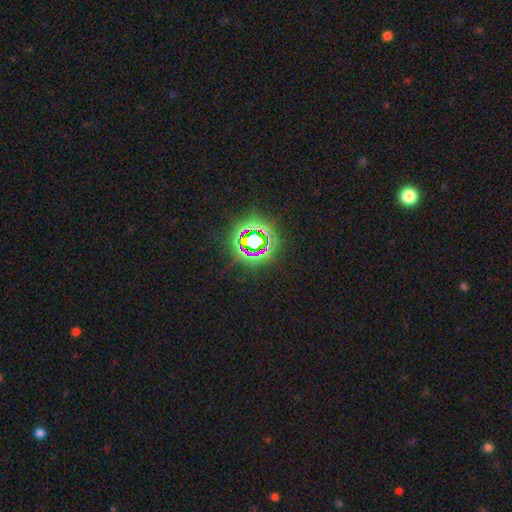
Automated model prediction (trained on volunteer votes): A star or artifact, not a galaxy (79%).